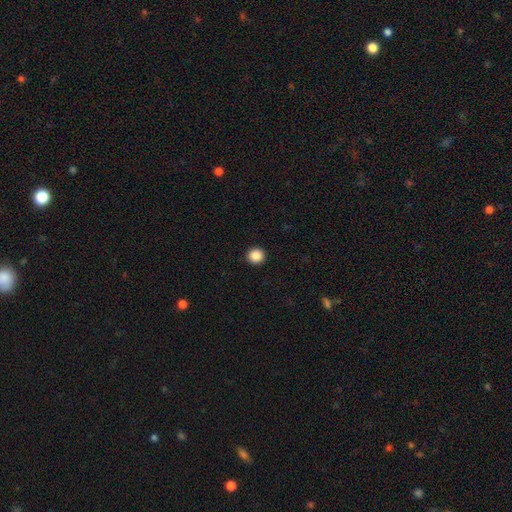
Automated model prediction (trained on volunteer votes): Morphology: type=smooth (88%); roundness=round (93%); merging=none (94%).